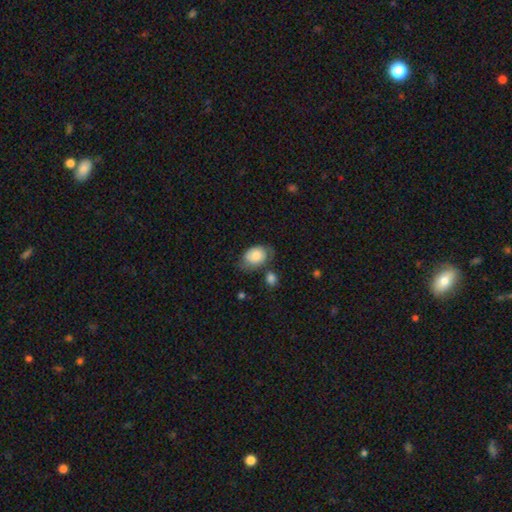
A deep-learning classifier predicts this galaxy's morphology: A smooth galaxy with no disk features (78%) that is in between round and cigar-shaped (79%). Merging: none (49%).